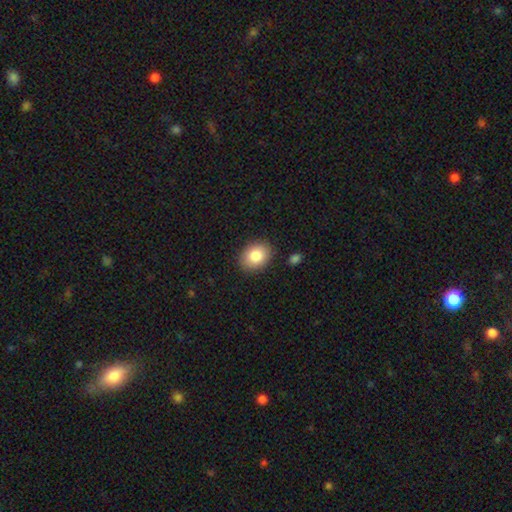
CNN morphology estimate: smooth-or-featured: smooth: 85% | featured or disk: 8% | star or artifact: 7%
  how-rounded: in between: 67% | round: 33% | cigar-shaped: 1%
  merging: none: 87% | minor disturbance: 9% | major disturbance: 2% | merger: 2%